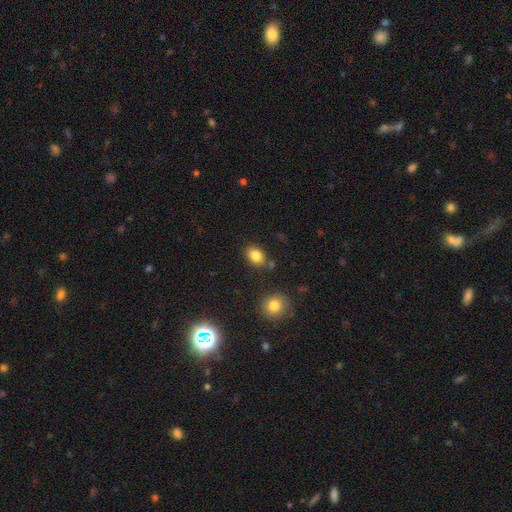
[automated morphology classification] Smooth or featured: smooth — 84% (star or artifact — 10%)
How rounded: in between — 71% (round — 28%)
Merging: none — 78% (minor disturbance — 12%)